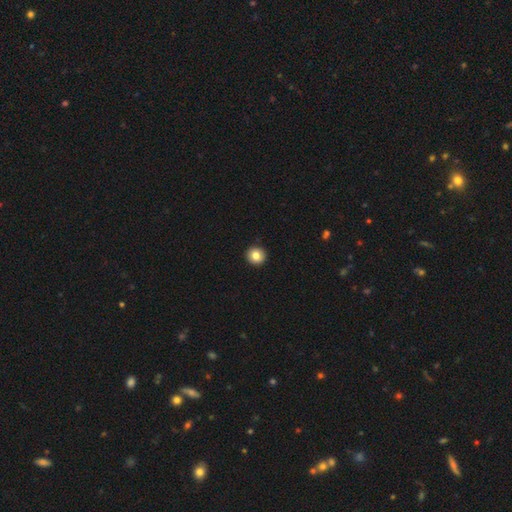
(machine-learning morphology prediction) smooth_or_featured: smooth (p=0.83) [alt: star or artifact p=0.10]
how_rounded: round (p=0.94) [alt: in between p=0.05]
merging: none (p=0.94) [alt: minor disturbance p=0.04]